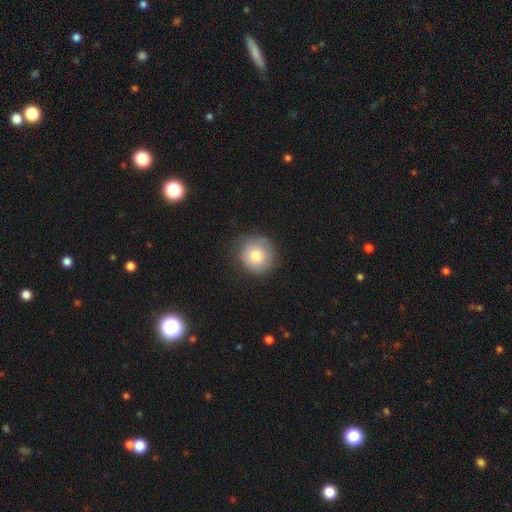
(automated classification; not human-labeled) This is likely a smooth galaxy (76%). How rounded: clearly round (92%). Merging: likely none (74%).